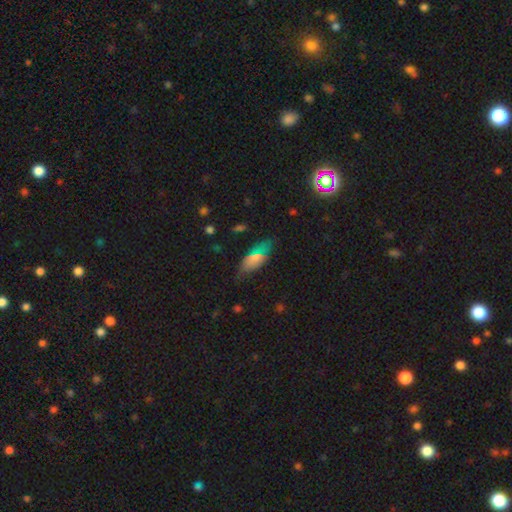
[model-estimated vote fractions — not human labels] This is likely a smooth galaxy (69%). How rounded: clearly in between (83%). Merging: likely none (71%).